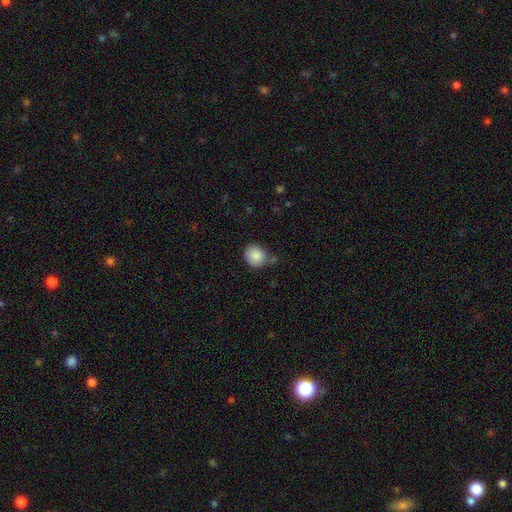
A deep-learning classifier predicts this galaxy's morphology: Smooth or featured: smooth — 87% (star or artifact — 8%)
How rounded: round — 75% (in between — 24%)
Merging: none — 64% (minor disturbance — 24%)